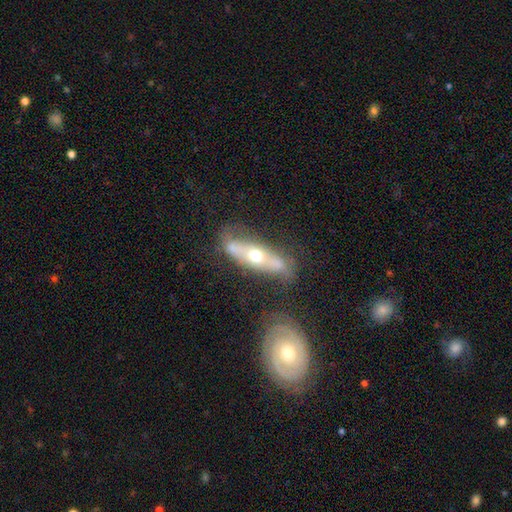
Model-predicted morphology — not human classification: smooth-or-featured: featured or disk: 58% | smooth: 35% | star or artifact: 7%
  disk-edge-on: no: 62% | yes: 38%
  merging: none: 51% | minor disturbance: 24% | major disturbance: 13% | merger: 11%